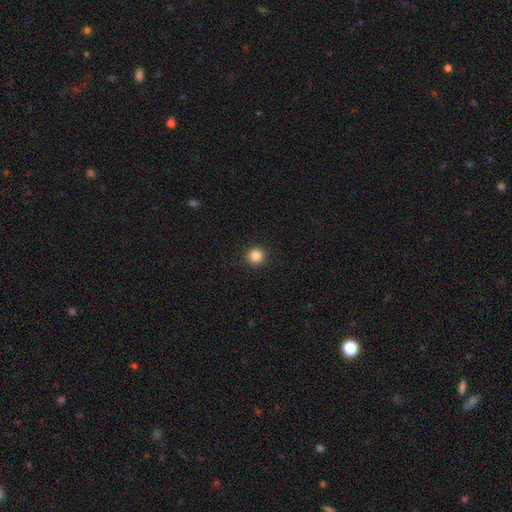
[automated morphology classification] Smooth or featured? Predicted: smooth (p=0.86). How rounded? Predicted: round (p=0.95). Merging? Predicted: none (p=0.93).